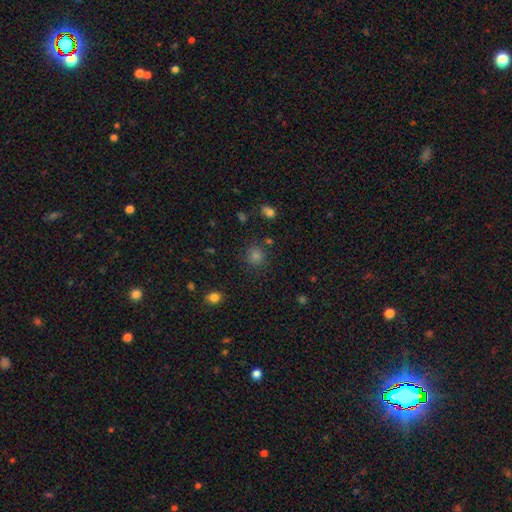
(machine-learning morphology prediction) smooth_or_featured: smooth (p=0.70) [alt: star or artifact p=0.25]
how_rounded: round (p=0.88) [alt: in between p=0.11]
merging: none (p=0.85) [alt: minor disturbance p=0.09]